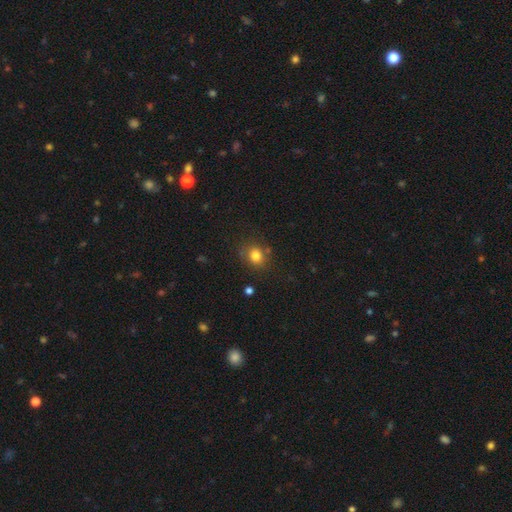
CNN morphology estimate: A smooth galaxy with no disk features (81%) that is round (73%).

Vote fractions:
- Smooth or featured? smooth: 81% / star or artifact: 12% / featured or disk: 7%
- How rounded? round: 73% / in between: 27% / cigar-shaped: 1%
- Merging? none: 78% / minor disturbance: 13% / merger: 5% / major disturbance: 4%